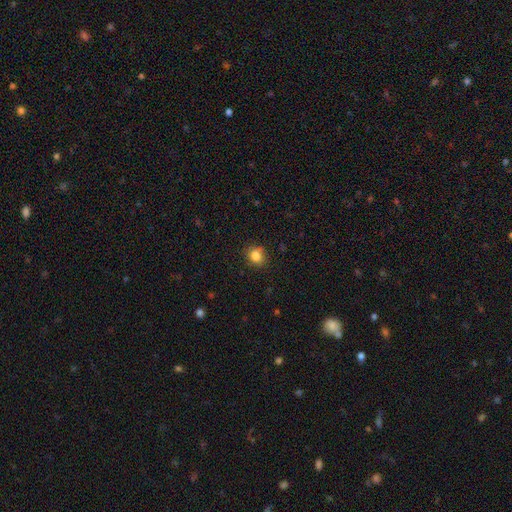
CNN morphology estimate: Smooth or featured? smooth (83%)
How rounded? round (71%)
Merging? none (81%)